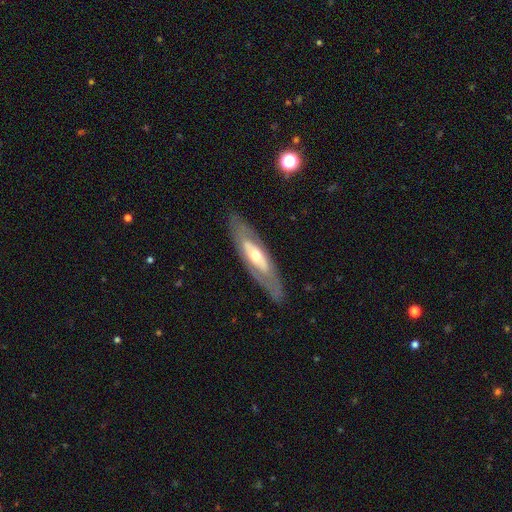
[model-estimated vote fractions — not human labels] smooth-or-featured: featured or disk: 65% | smooth: 30% | star or artifact: 5%
  disk-edge-on: no: 68% | yes: 32%
  merging: none: 81% | minor disturbance: 13% | major disturbance: 5% | merger: 1%